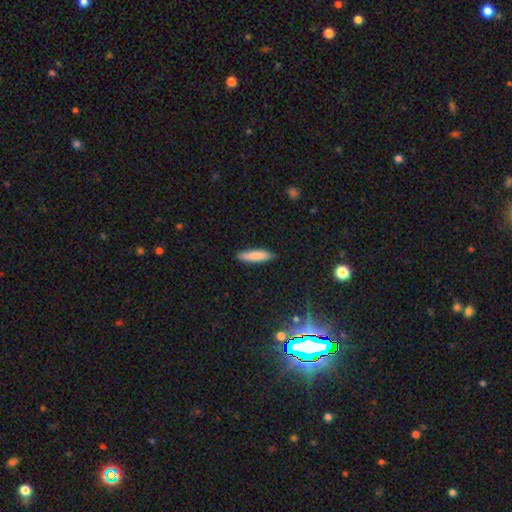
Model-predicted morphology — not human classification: The model was most divided on "how rounded": cigar-shaped: 67%, in between: 31%, round: 2%. More confident: merging — none (86%); smooth or featured — smooth (81%).